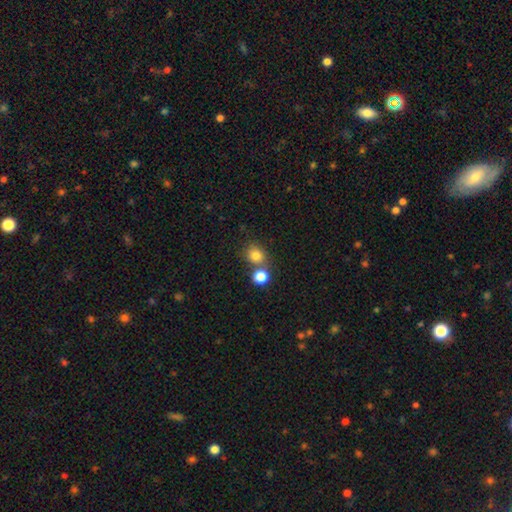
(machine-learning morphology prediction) Q: Smooth or featured?
A: smooth (81%); runner-up: star or artifact (12%)
Q: How rounded?
A: round (75%); runner-up: in between (24%)
Q: Merging?
A: none (60%); runner-up: merger (28%)